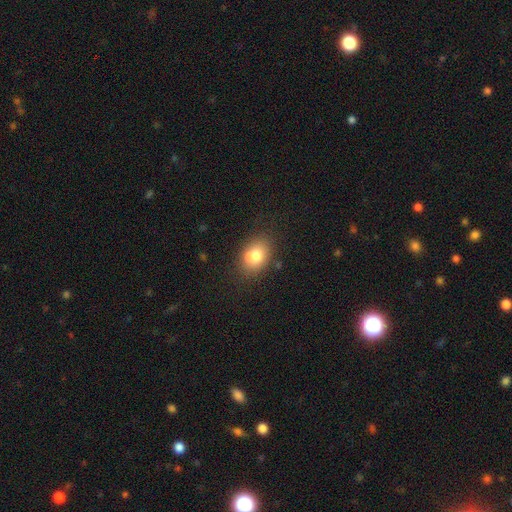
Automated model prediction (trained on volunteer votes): A smooth galaxy with no disk features (71%) that is in between round and cigar-shaped (66%).

Vote fractions:
- Smooth or featured? smooth: 71% / featured or disk: 19% / star or artifact: 10%
- How rounded? in between: 66% / round: 33% / cigar-shaped: 1%
- Merging? none: 53% / merger: 28% / minor disturbance: 14% / major disturbance: 4%